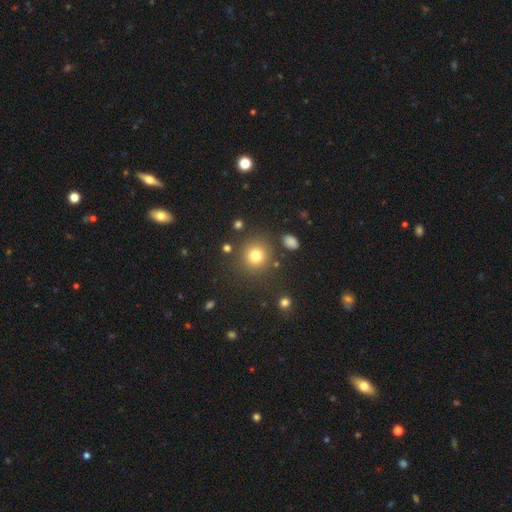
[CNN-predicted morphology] Smooth or featured: smooth — 79% (star or artifact — 14%)
How rounded: round — 90% (in between — 9%)
Merging: none — 84% (minor disturbance — 8%)